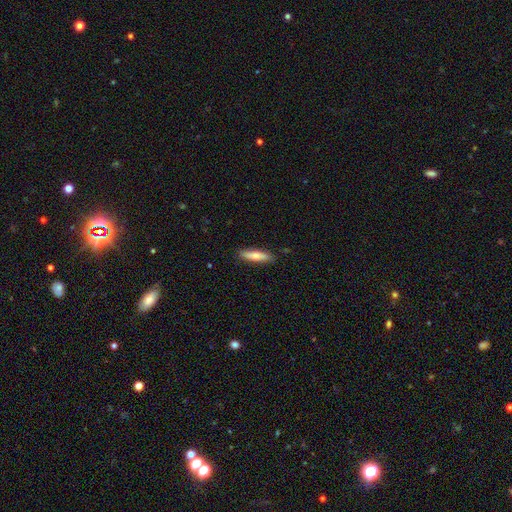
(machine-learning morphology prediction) Smooth or featured? Predicted: smooth (p=0.70). How rounded? Predicted: cigar-shaped (p=0.75). Merging? Predicted: none (p=0.88).